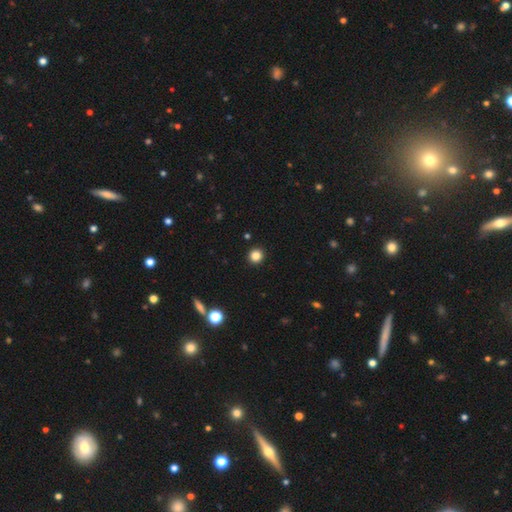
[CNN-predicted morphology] Overall: smooth (84%). How rounded: round (94%). Merging: none (93%).